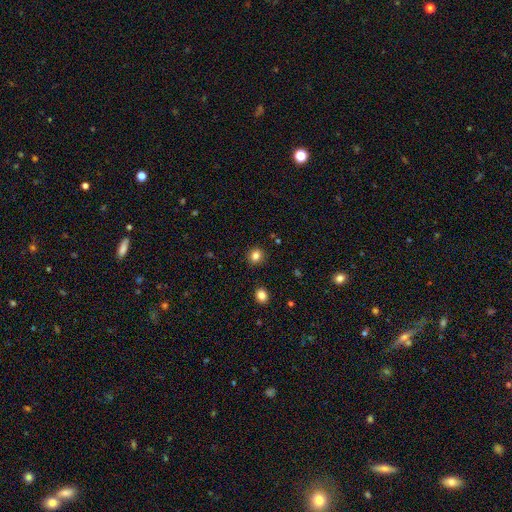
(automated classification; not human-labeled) Smooth or featured? smooth (83%)
How rounded? round (84%)
Merging? none (90%)